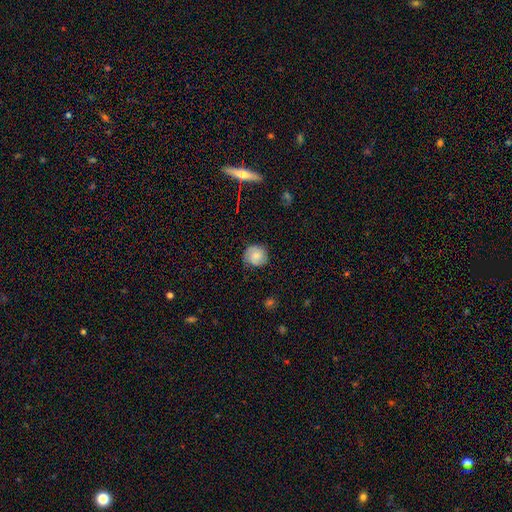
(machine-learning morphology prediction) smooth_or_featured: smooth (p=0.50) [alt: featured or disk p=0.41]
how_rounded: round (p=0.86) [alt: in between p=0.13]
merging: none (p=0.75) [alt: minor disturbance p=0.19]